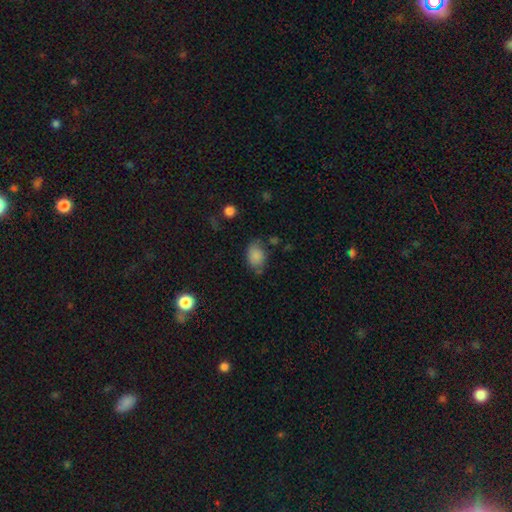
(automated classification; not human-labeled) smooth 84%, star or artifact 9%, featured or disk 7%. Down the decision tree: how rounded — in between (78%); merging — none (63%).